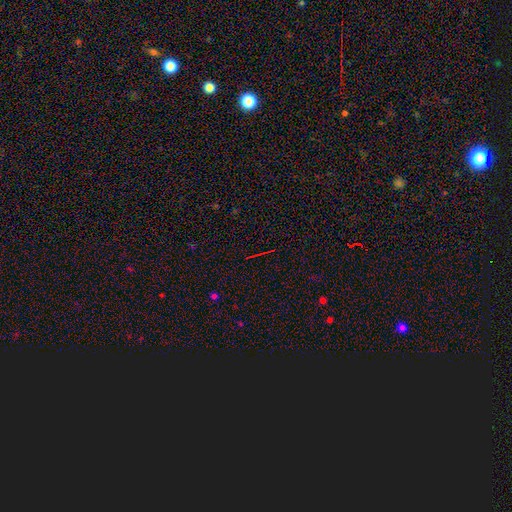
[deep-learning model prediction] Smooth or featured? star or artifact (72%)